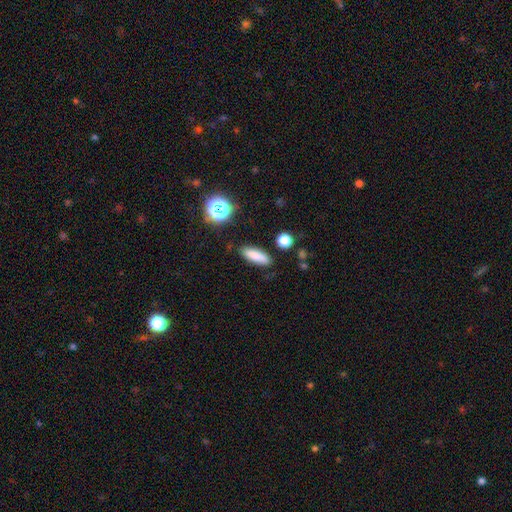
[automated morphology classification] A smooth galaxy with no disk features (82%) that is cigar-shaped (49%). Merging: none (86%).